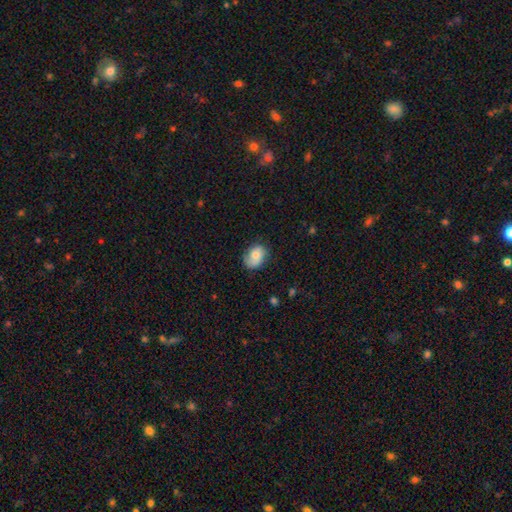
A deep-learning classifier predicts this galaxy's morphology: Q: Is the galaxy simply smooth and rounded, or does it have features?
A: smooth — 63%.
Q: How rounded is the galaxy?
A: in between — 63%.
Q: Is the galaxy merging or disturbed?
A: none — 65%.